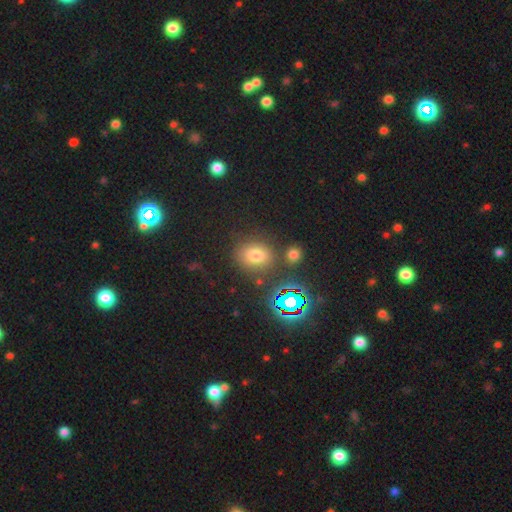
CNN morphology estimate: smooth 67%, star or artifact 24%, featured or disk 10%. Down the decision tree: how rounded — round (56%); merging — none (77%).